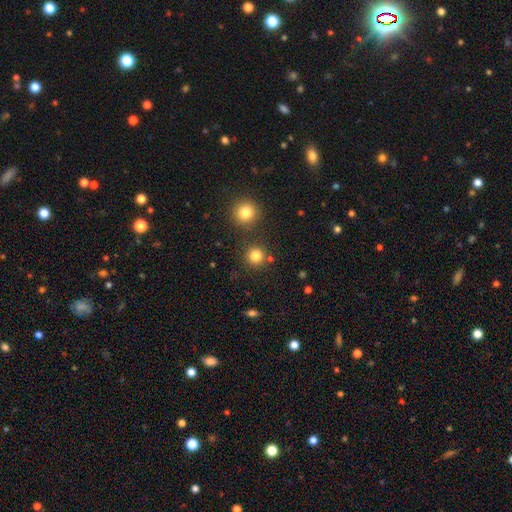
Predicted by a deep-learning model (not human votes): Smooth or featured? Predicted: smooth (p=0.82). How rounded? Predicted: round (p=0.94). Merging? Predicted: none (p=0.83).